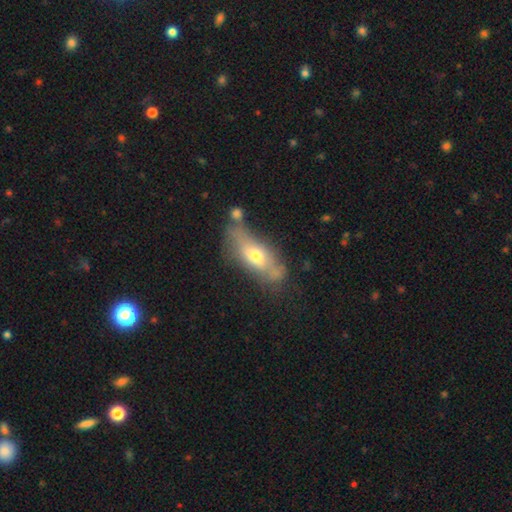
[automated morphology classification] The model was most divided on "smooth or featured": smooth: 49%, featured or disk: 43%, star or artifact: 8%. Remaining: merging — none (46%).